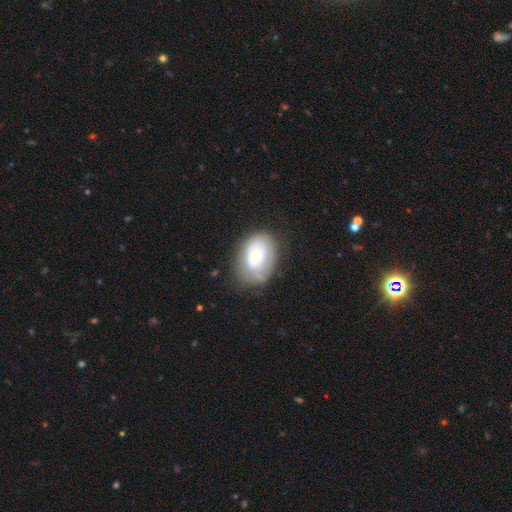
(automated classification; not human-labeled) A featured or disk galaxy (48%).

Vote fractions:
- Smooth or featured? featured or disk: 48% / smooth: 45% / star or artifact: 7%
- Merging? none: 60% / minor disturbance: 27% / major disturbance: 12% / merger: 2%